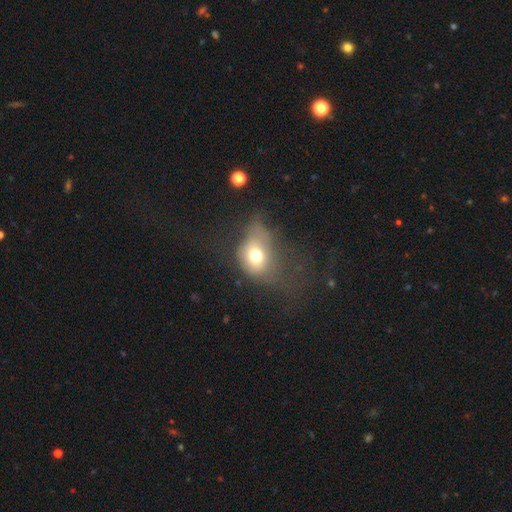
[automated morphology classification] Smooth or featured: smooth — 67% (featured or disk — 20%)
How rounded: in between — 55% (round — 44%)
Merging: major disturbance — 38% (none — 30%)